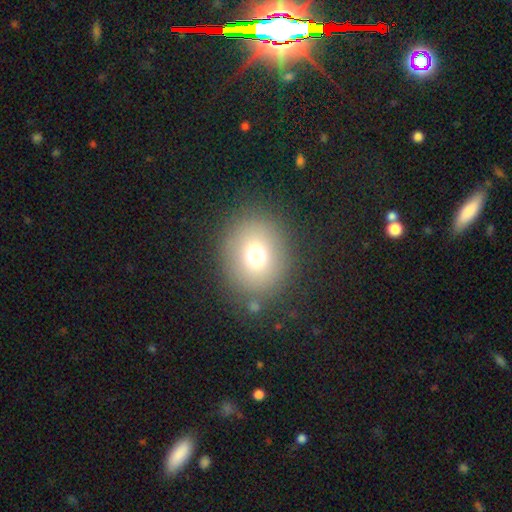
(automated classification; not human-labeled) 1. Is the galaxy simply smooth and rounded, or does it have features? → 72% smooth, 15% star or artifact, 13% featured or disk.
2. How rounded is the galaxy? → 75% round, 24% in between, 1% cigar-shaped.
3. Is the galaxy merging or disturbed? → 84% none, 9% minor disturbance, 5% major disturbance, 3% merger.